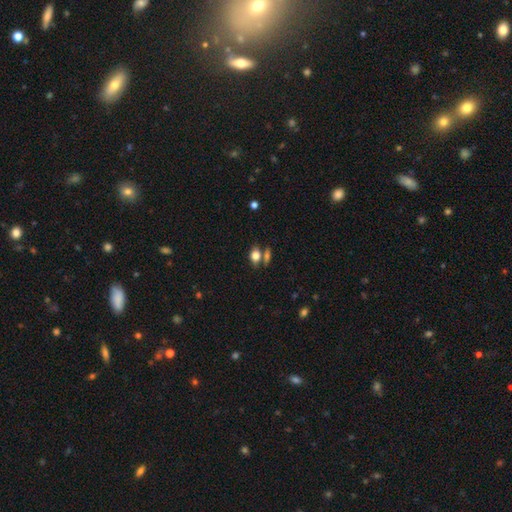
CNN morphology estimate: smooth-or-featured: smooth: 77% | featured or disk: 12% | star or artifact: 11%
  how-rounded: in between: 75% | round: 20% | cigar-shaped: 5%
  merging: none: 57% | merger: 26% | minor disturbance: 13% | major disturbance: 5%